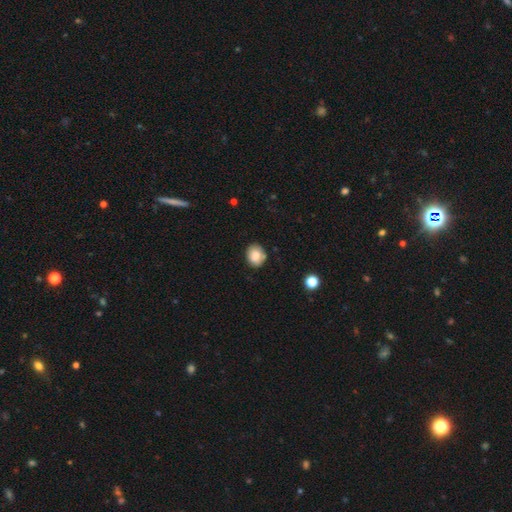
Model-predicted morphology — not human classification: type=smooth (83%); roundness=round (55%); merging=none (76%).